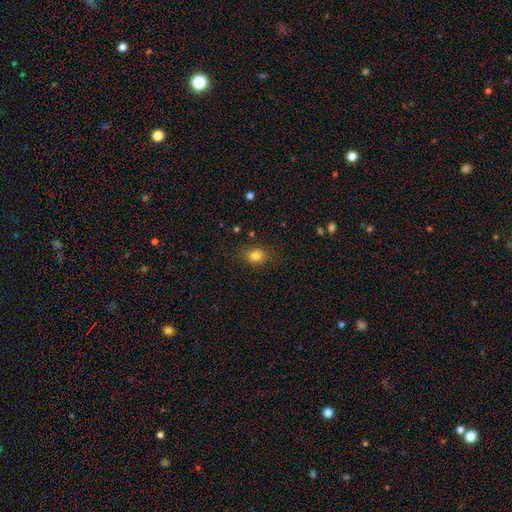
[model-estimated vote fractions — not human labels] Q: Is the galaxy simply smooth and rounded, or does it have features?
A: smooth — 82%.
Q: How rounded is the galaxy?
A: in between — 51%.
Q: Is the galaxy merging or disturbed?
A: none — 84%.